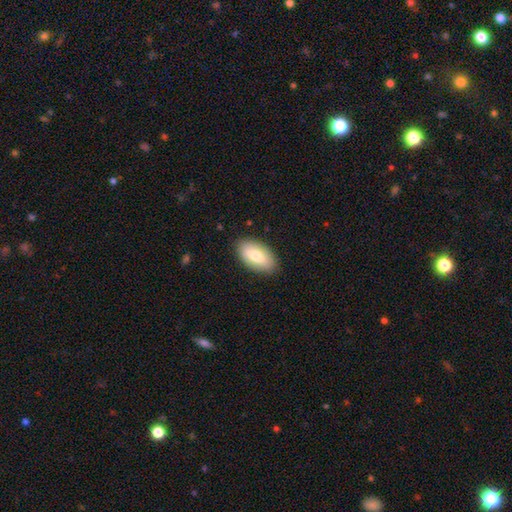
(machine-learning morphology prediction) smooth_or_featured: smooth (p=0.72) [alt: featured or disk p=0.22]
how_rounded: in between (p=0.93) [alt: round p=0.04]
merging: none (p=0.87) [alt: minor disturbance p=0.10]